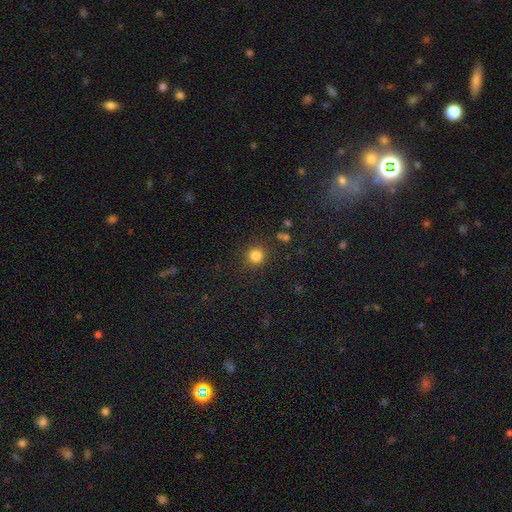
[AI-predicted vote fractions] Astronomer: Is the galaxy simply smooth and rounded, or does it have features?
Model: smooth — 83%.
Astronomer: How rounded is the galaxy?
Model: round — 92%.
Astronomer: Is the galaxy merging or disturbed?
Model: none — 87%.